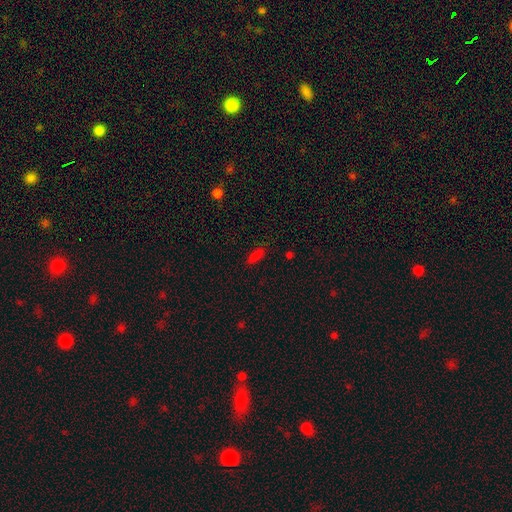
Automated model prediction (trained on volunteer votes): This appears to be a smooth galaxy with no disk features (80%) that is in between round and cigar-shaped (59%). Merging: none (83%).